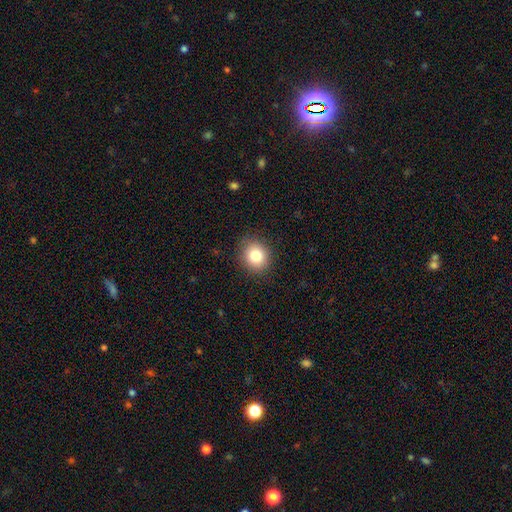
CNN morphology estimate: The model was most divided on "how rounded": round: 75%, in between: 24%, cigar-shaped: 1%. More confident: merging — none (88%); smooth or featured — smooth (81%).